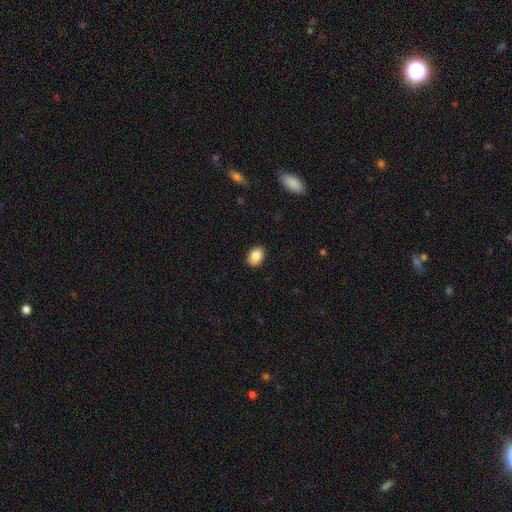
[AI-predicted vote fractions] smooth_or_featured: smooth (p=0.87) [alt: star or artifact p=0.08]
how_rounded: in between (p=0.76) [alt: round p=0.23]
merging: none (p=0.89) [alt: minor disturbance p=0.08]